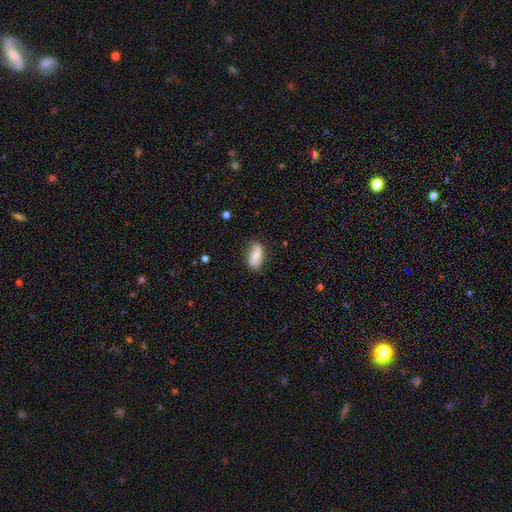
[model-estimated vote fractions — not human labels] Q: Smooth or featured?
A: smooth (60%); runner-up: featured or disk (33%)
Q: How rounded?
A: in between (88%); runner-up: cigar-shaped (7%)
Q: Merging?
A: none (76%); runner-up: minor disturbance (18%)